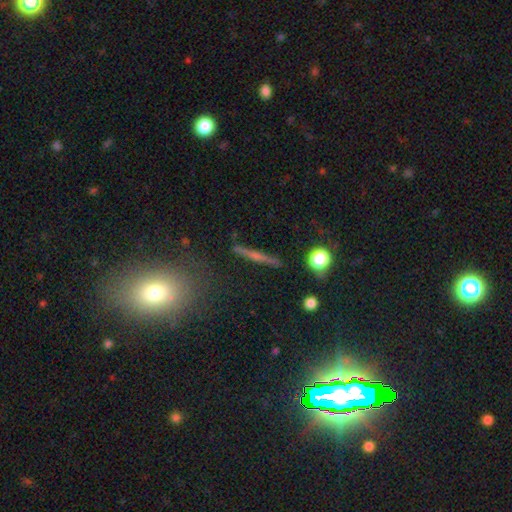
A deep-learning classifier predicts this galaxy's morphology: A featured or disk galaxy (57%) viewed edge-on (95%) with a rounded central bulge (58%).

Vote fractions:
- Smooth or featured? featured or disk: 57% / smooth: 31% / star or artifact: 12%
- Edge-on disk? yes: 95% / no: 5%
- Edge-on bulge? rounded: 58% / none: 32% / boxy: 10%
- Merging? none: 87% / minor disturbance: 8% / major disturbance: 2% / merger: 2%